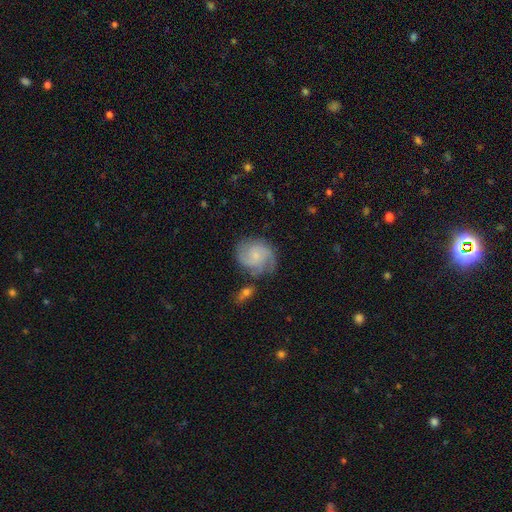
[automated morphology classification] Smooth or featured? Predicted: featured or disk (p=0.70). Edge-on disk? Predicted: no (p=0.98). Bar? Predicted: no (p=0.65). Spiral arms? Predicted: yes (p=0.94). Spiral winding? Predicted: medium (p=0.46). Spiral arm count? Predicted: 2 (p=0.45). Bulge size? Predicted: small (p=0.61). Merging? Predicted: none (p=0.65).